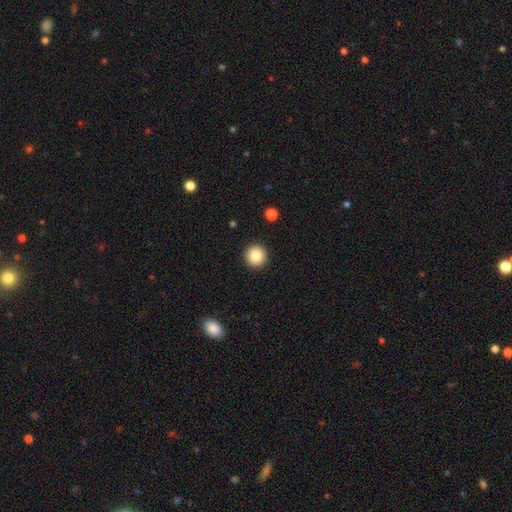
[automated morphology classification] Smooth or featured? smooth (85%)
How rounded? round (96%)
Merging? none (93%)